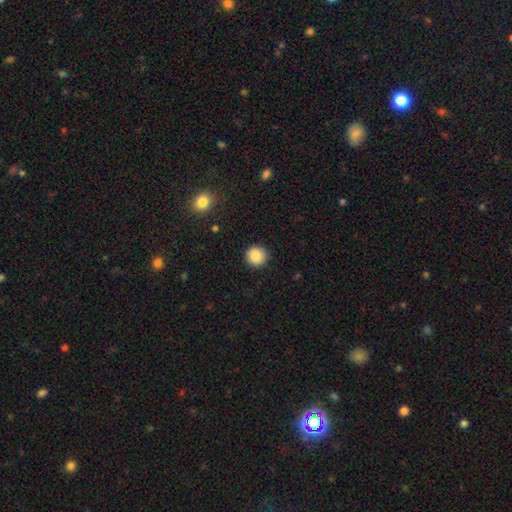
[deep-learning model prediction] A smooth galaxy with no disk features (87%) that is round (94%). Merging: none (91%).